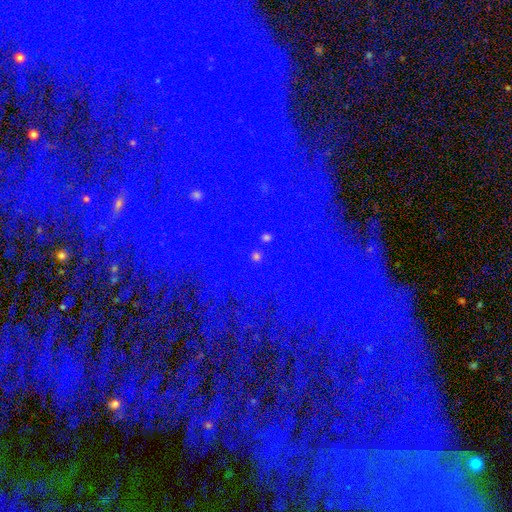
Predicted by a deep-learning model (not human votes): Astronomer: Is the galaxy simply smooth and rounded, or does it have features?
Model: star or artifact — 84%.